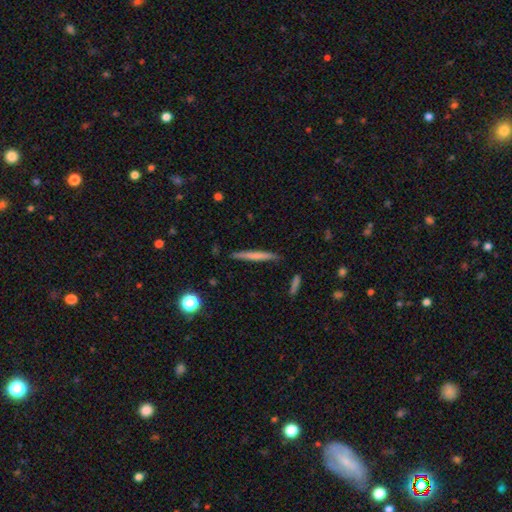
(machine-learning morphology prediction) This appears to be a smooth galaxy with no disk features (60%) that is cigar-shaped (96%). Merging: none (87%).